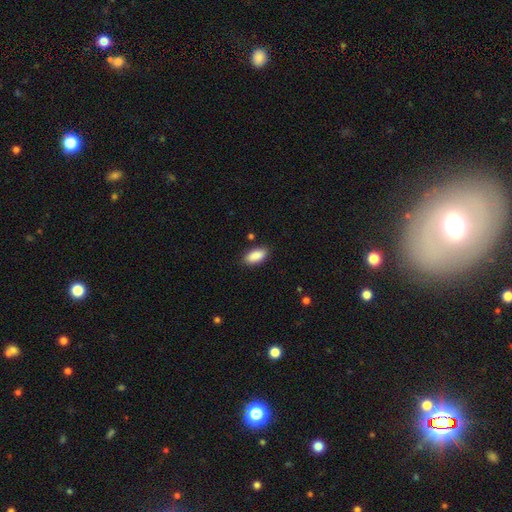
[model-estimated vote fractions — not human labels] smooth 90%, star or artifact 6%, featured or disk 4%. Down the decision tree: how rounded — in between (91%); merging — none (85%).